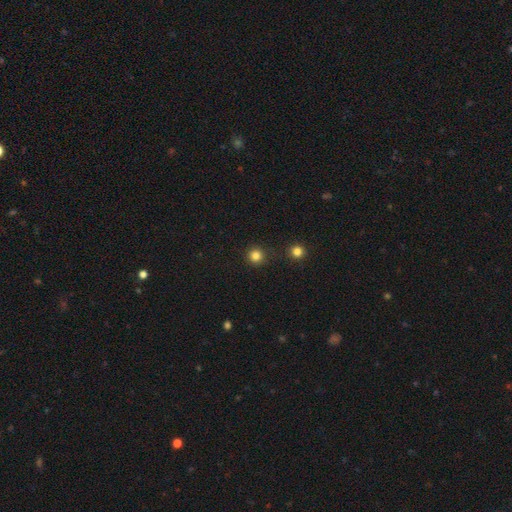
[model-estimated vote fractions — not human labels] Smooth or featured? Predicted: smooth (p=0.82). How rounded? Predicted: round (p=0.95). Merging? Predicted: none (p=0.89).